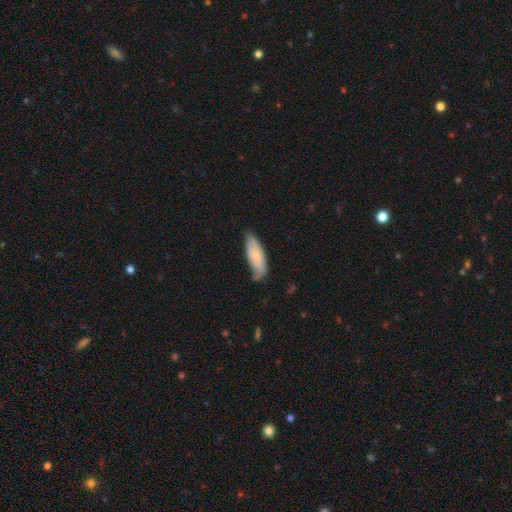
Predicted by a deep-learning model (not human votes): Smooth or featured?
  - smooth: 69% *
  - featured or disk: 26%
  - star or artifact: 6%
How rounded?
  - in between: 72% *
  - cigar-shaped: 27%
  - round: 2%
Merging?
  - none: 57% *
  - minor disturbance: 34%
  - major disturbance: 6%
  - merger: 3%